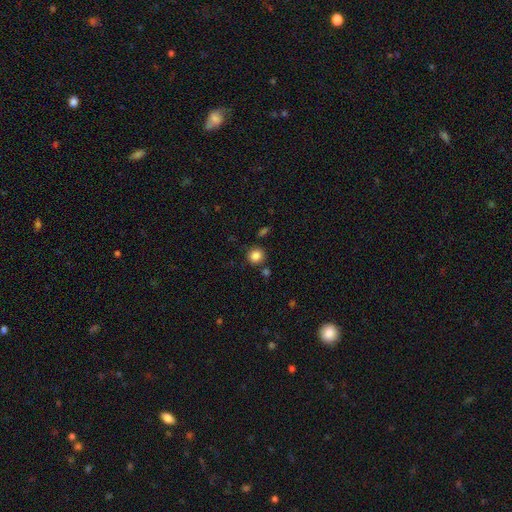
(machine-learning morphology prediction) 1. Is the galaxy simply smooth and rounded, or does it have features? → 85% smooth, 11% star or artifact, 4% featured or disk.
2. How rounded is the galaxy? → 88% round, 11% in between, 1% cigar-shaped.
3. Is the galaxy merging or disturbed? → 83% none, 9% minor disturbance, 5% merger, 3% major disturbance.